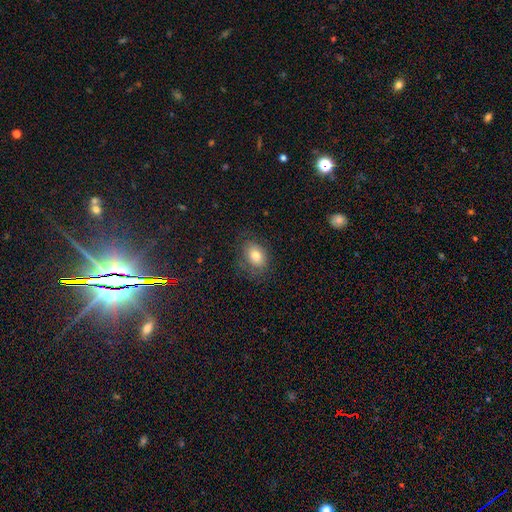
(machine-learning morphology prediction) smooth 76%, featured or disk 15%, star or artifact 9%. Down the decision tree: how rounded — in between (76%); merging — none (73%).